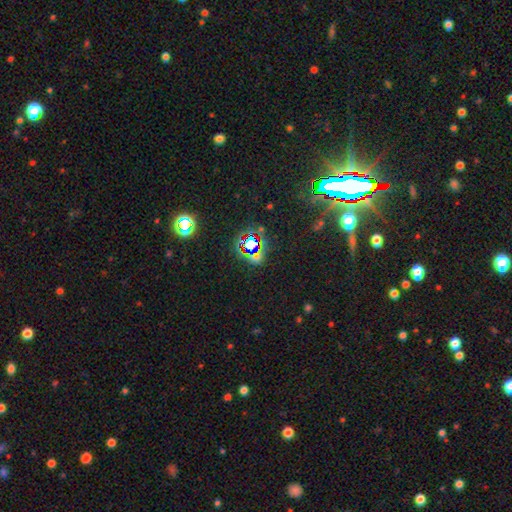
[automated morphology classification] star or artifact 75%, smooth 15%, featured or disk 10%.